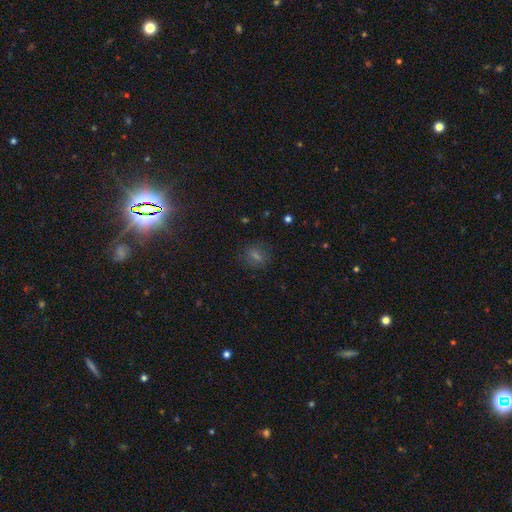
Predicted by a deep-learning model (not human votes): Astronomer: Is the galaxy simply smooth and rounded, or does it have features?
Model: smooth — 46% (runner-up: star or artifact, 41%).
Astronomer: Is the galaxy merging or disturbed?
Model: none — 84%.